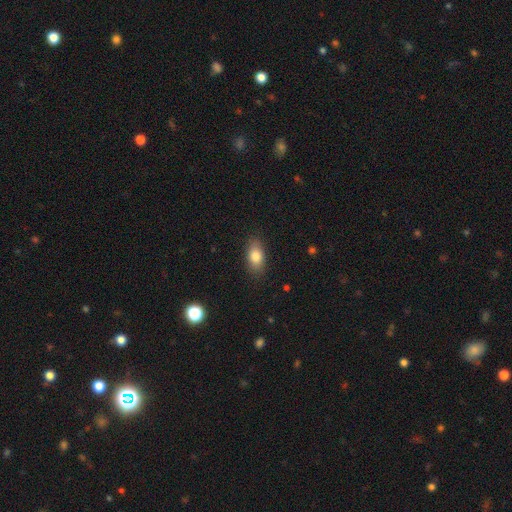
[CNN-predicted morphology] This appears to be a smooth galaxy with no disk features (82%) that is in between round and cigar-shaped (88%). Merging: none (85%).